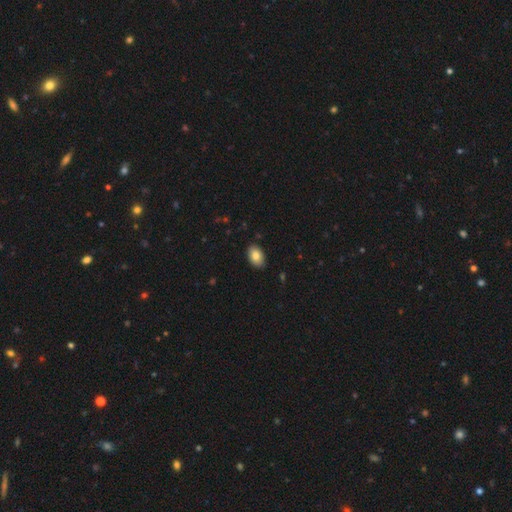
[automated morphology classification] A smooth galaxy with no disk features (83%) that is in between round and cigar-shaped (91%).

Vote fractions:
- Smooth or featured? smooth: 83% / featured or disk: 10% / star or artifact: 7%
- How rounded? in between: 91% / round: 8% / cigar-shaped: 1%
- Merging? none: 88% / minor disturbance: 9% / major disturbance: 2% / merger: 1%